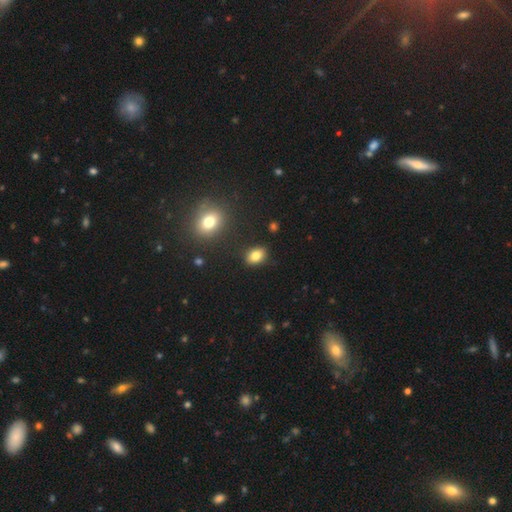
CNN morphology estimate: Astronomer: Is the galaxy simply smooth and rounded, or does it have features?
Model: smooth — 83%.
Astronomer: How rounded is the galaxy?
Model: in between — 74%.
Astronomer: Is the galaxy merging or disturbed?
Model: none — 86%.